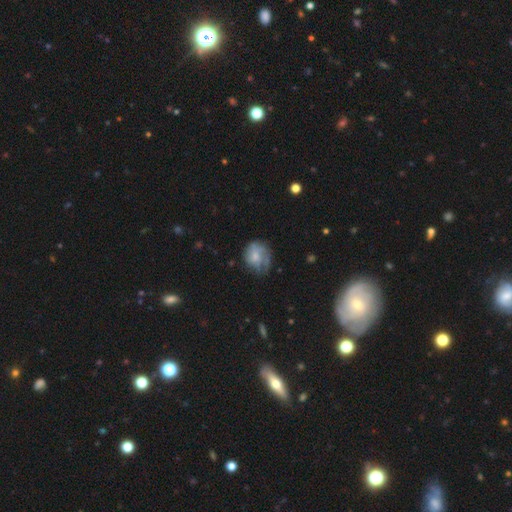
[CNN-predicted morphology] This appears to be a smooth galaxy with no disk features (53%) that is round (67%). Merging: none (48%).